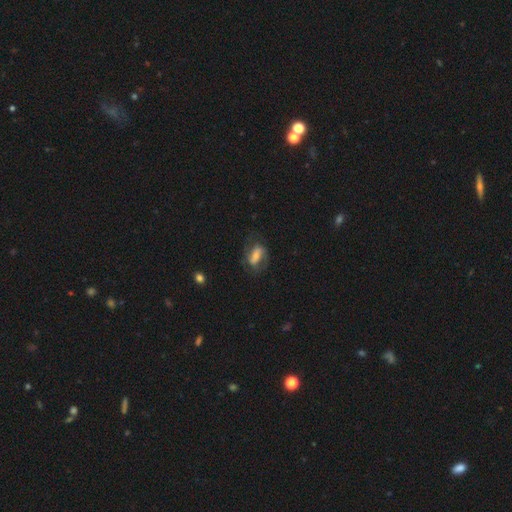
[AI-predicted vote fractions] The model was most divided on "smooth or featured": featured or disk: 50%, smooth: 42%, star or artifact: 8%. More confident: merging — none (59%).